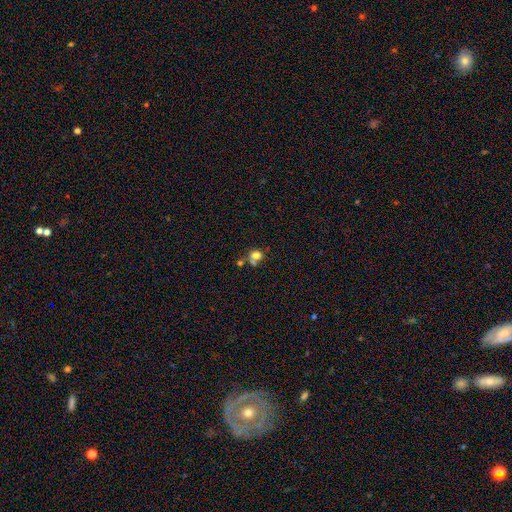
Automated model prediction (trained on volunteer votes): Morphology: type=smooth (74%); roundness=round (62%); merging=none (42%).